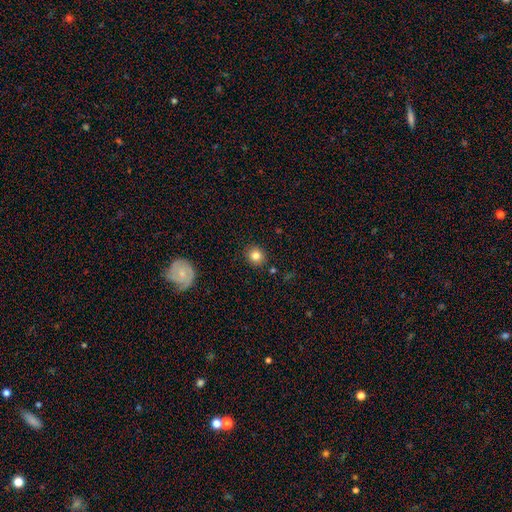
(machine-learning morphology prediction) A smooth galaxy with no disk features (82%) that is round (83%). Merging: none (88%).